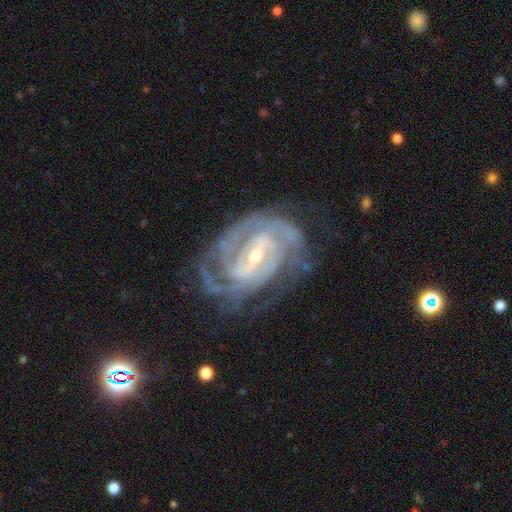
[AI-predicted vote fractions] Morphology: type=featured or disk (92%); edge-on=no (97%); bar=weak (43%); spiral arms=yes (98%); winding=tight (68%); arm count=2 (26%, tied with 3); bulge=small (62%); merging=none (67%).